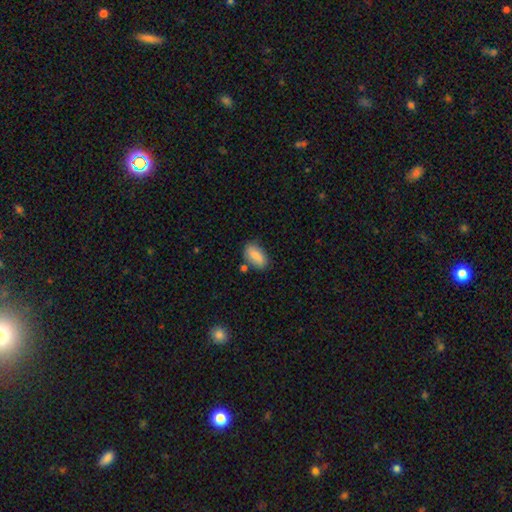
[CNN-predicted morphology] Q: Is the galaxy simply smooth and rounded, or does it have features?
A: smooth — 82%.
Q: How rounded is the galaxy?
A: in between — 91%.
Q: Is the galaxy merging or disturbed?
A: none — 73%.